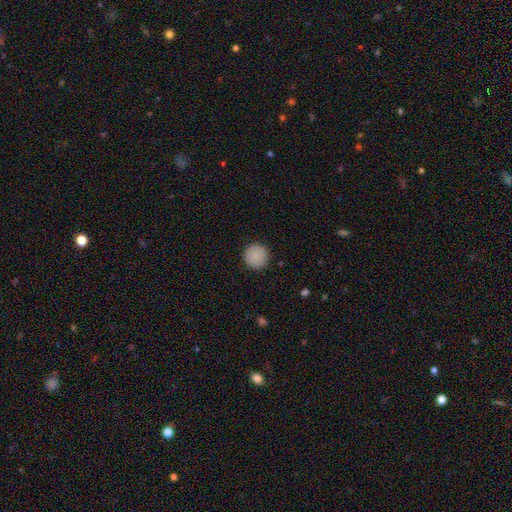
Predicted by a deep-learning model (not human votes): Smooth or featured: smooth — 89% (star or artifact — 8%)
How rounded: round — 95% (in between — 4%)
Merging: none — 91% (minor disturbance — 6%)